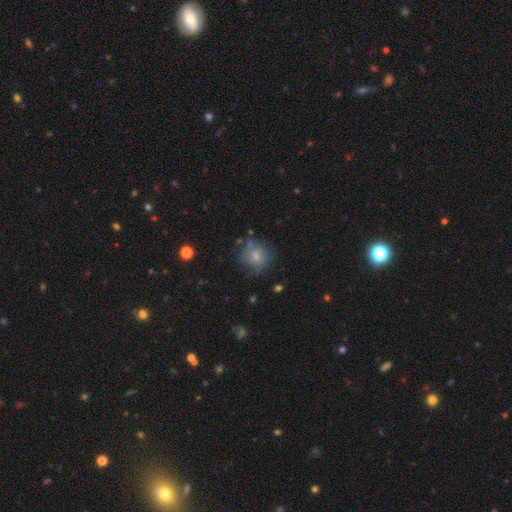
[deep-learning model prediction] Morphology: type=smooth (63%); roundness=round (80%); merging=none (59%).